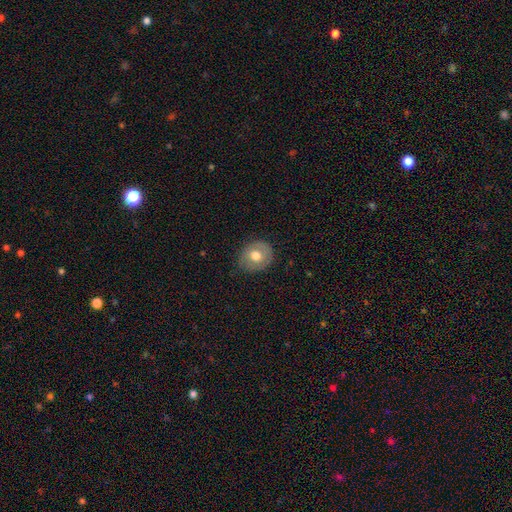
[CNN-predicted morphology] Smooth or featured?
  - smooth: 63% *
  - featured or disk: 29%
  - star or artifact: 8%
How rounded?
  - round: 73% *
  - in between: 26%
  - cigar-shaped: 1%
Merging?
  - none: 79% *
  - minor disturbance: 16%
  - major disturbance: 4%
  - merger: 1%